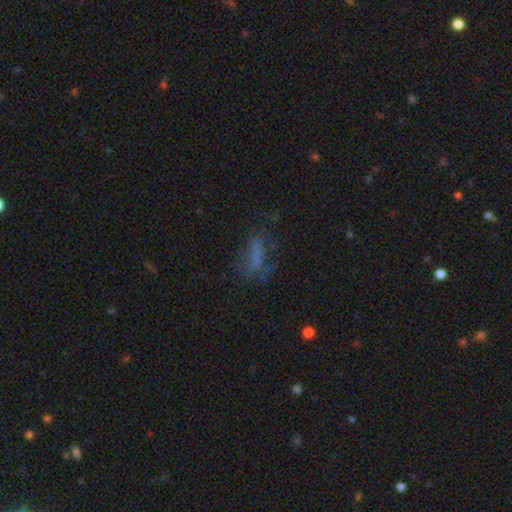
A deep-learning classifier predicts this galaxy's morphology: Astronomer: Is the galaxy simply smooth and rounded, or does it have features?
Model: smooth — 54%.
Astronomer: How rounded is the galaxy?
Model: in between — 59% (runner-up: cigar-shaped, 35%).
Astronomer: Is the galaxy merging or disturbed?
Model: none — 47% (runner-up: major disturbance, 27%).